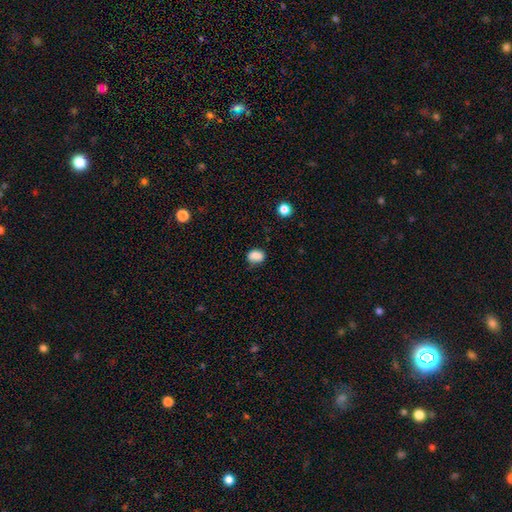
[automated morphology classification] Overall: smooth (86%). How rounded: in between (67%; round 32%). Merging: none (72%).